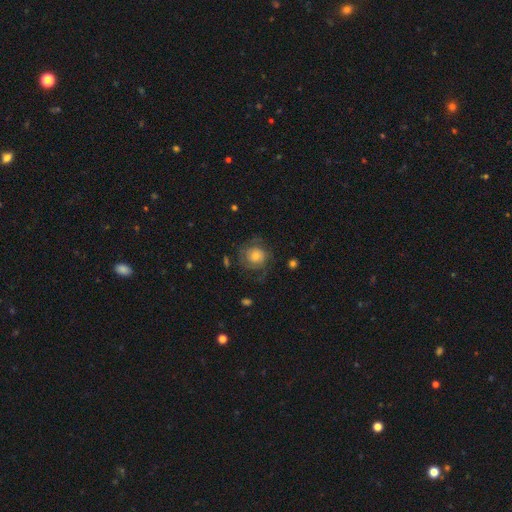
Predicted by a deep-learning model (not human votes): Smooth or featured: featured or disk — 49% (smooth — 41%)
Merging: none — 61% (minor disturbance — 20%)